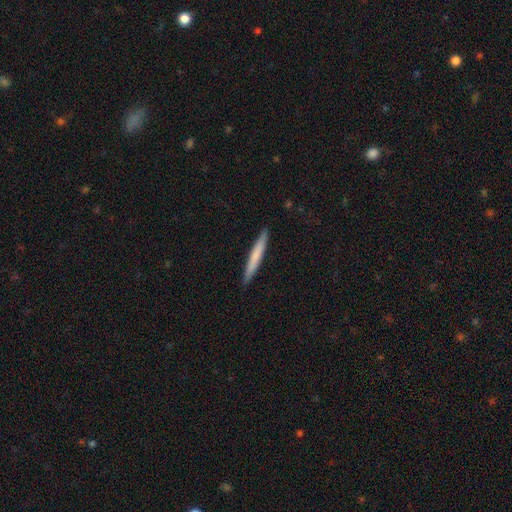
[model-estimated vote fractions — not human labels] smooth_or_featured: smooth (p=0.68) [alt: featured or disk p=0.27]
how_rounded: cigar-shaped (p=0.97) [alt: in between p=0.02]
merging: none (p=0.92) [alt: minor disturbance p=0.06]